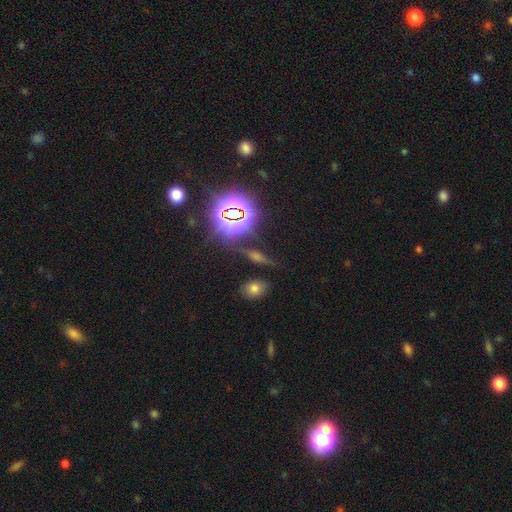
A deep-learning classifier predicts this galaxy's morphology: A star or artifact, not a galaxy (48%).